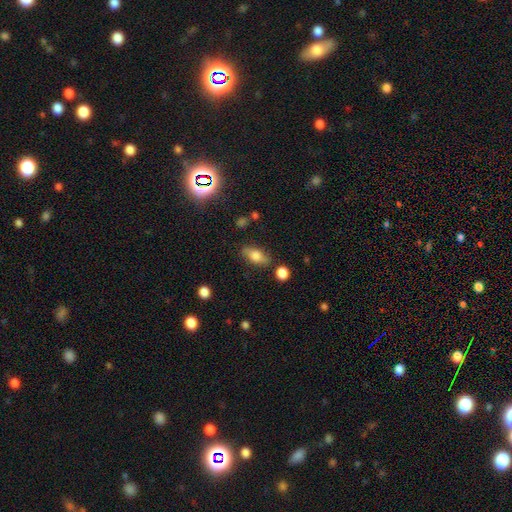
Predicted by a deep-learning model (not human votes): Smooth or featured?
  - smooth: 66% *
  - featured or disk: 25%
  - star or artifact: 9%
How rounded?
  - in between: 79% *
  - cigar-shaped: 15%
  - round: 7%
Merging?
  - none: 78% *
  - minor disturbance: 15%
  - merger: 4%
  - major disturbance: 4%